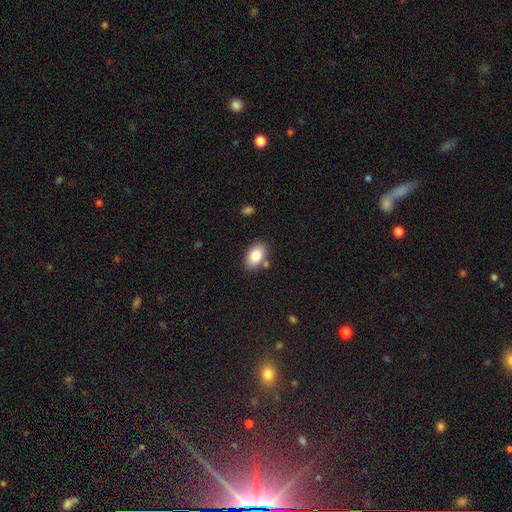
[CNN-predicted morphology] This appears to be a smooth galaxy with no disk features (85%) that is in between round and cigar-shaped (91%). Merging: none (79%).